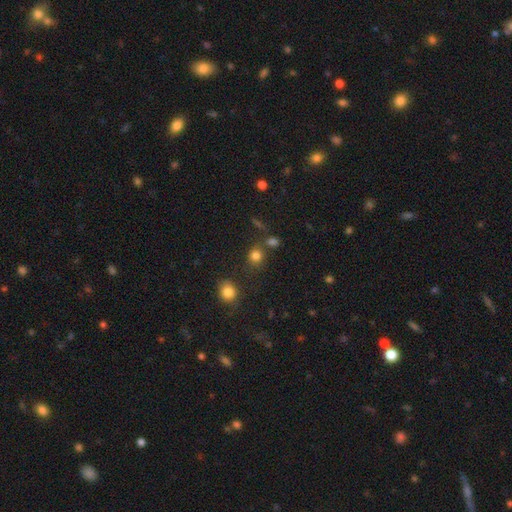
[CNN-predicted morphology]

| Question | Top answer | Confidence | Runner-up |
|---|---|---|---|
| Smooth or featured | smooth | 79% | star or artifact (15%) |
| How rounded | round | 82% | in between (16%) |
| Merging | none | 71% | merger (14%) |